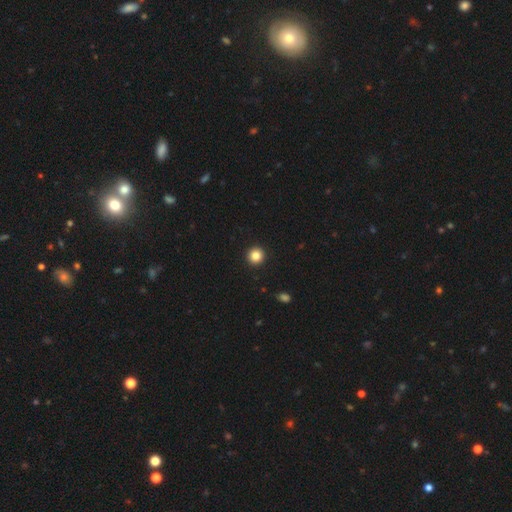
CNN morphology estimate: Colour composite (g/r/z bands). It shows a smooth galaxy with no disk features (84%) that is round (95%). Merging: none (94%).